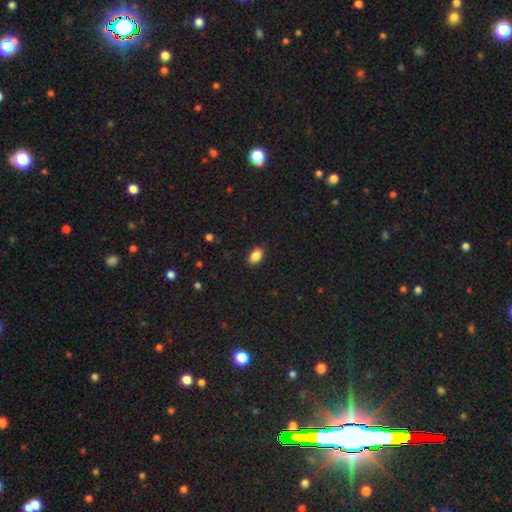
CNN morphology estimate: Smooth or featured? Predicted: smooth (p=0.87). How rounded? Predicted: in between (p=0.85). Merging? Predicted: none (p=0.86).